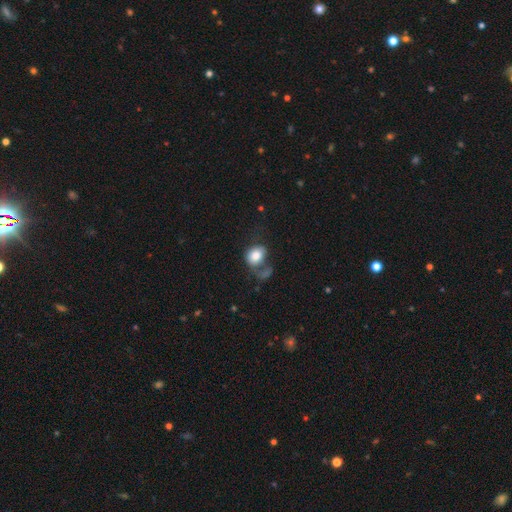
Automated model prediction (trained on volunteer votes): This appears to be a smooth galaxy with no disk features (78%) that is in between round and cigar-shaped (56%). Merging: none (31%).